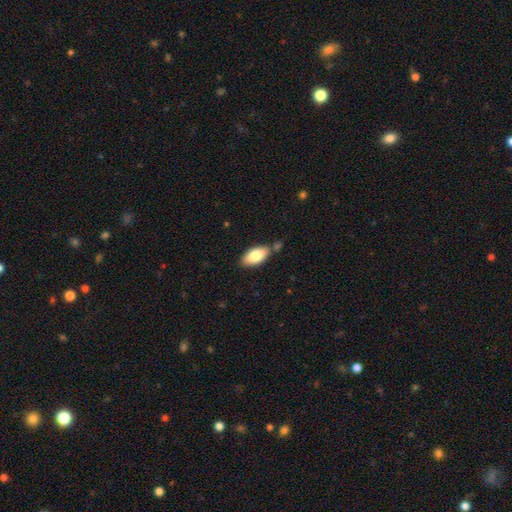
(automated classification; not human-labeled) Smooth or featured: smooth — 79% (featured or disk — 14%)
How rounded: in between — 92% (cigar-shaped — 6%)
Merging: none — 72% (minor disturbance — 15%)